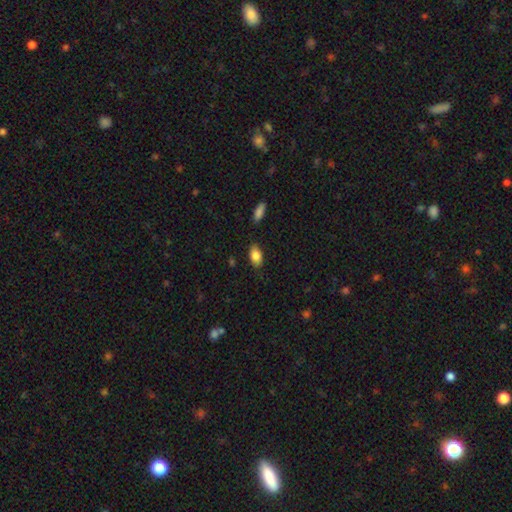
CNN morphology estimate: The model was most divided on "merging": none: 83%, minor disturbance: 13%, major disturbance: 3%, merger: 2%. More confident: how rounded — in between (91%); smooth or featured — smooth (85%).